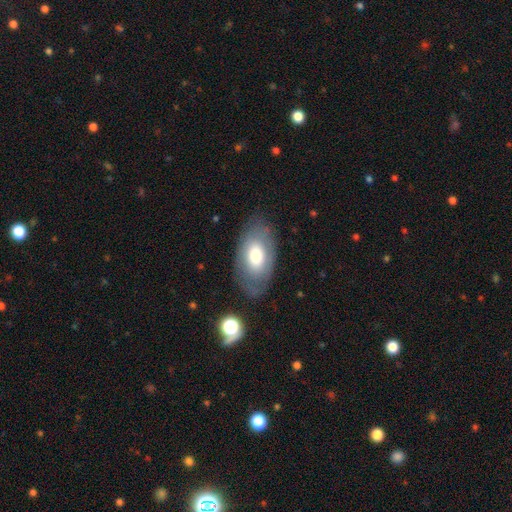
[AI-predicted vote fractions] Smooth or featured? Predicted: smooth (p=0.64). How rounded? Predicted: in between (p=0.93). Merging? Predicted: none (p=0.77).